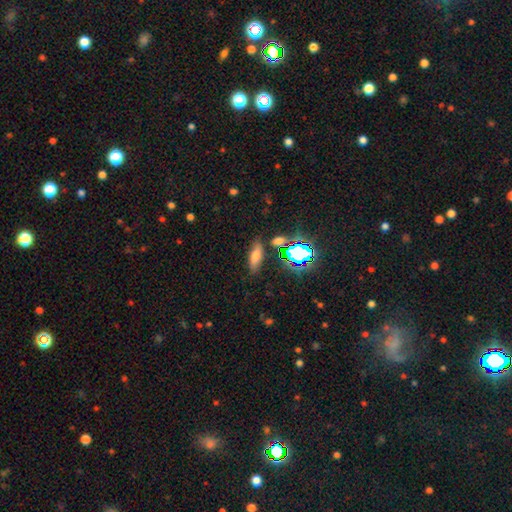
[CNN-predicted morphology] smooth-or-featured: smooth: 62% | star or artifact: 20% | featured or disk: 18%
  how-rounded: in between: 62% | cigar-shaped: 32% | round: 6%
  merging: none: 80% | minor disturbance: 12% | merger: 4% | major disturbance: 4%